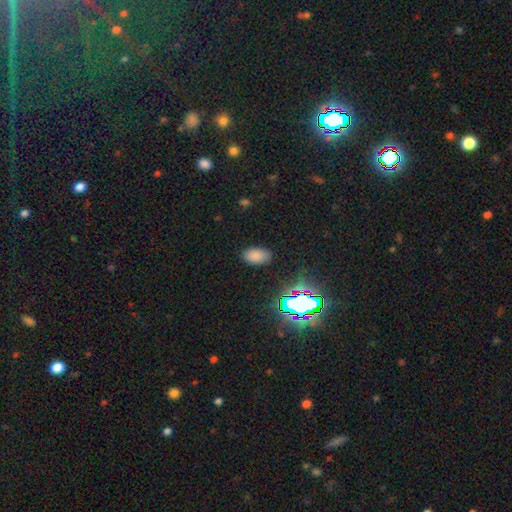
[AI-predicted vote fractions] smooth 77%, star or artifact 17%, featured or disk 6%. Down the decision tree: how rounded — in between (93%); merging — none (85%).